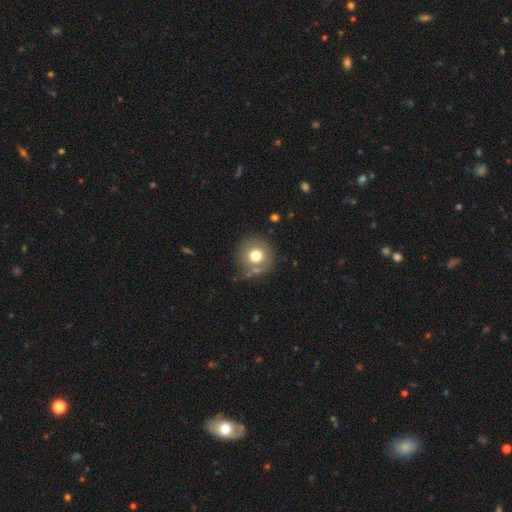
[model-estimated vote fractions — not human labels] This appears to be a smooth galaxy with no disk features (73%) that is round (94%). Merging: none (77%).